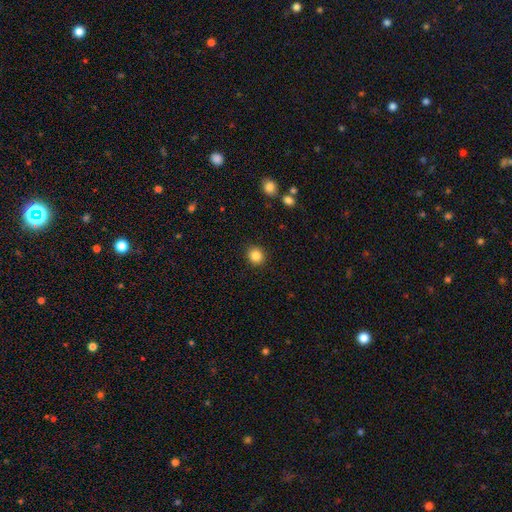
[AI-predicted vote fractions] Morphology: type=smooth (85%); roundness=round (86%); merging=none (91%).